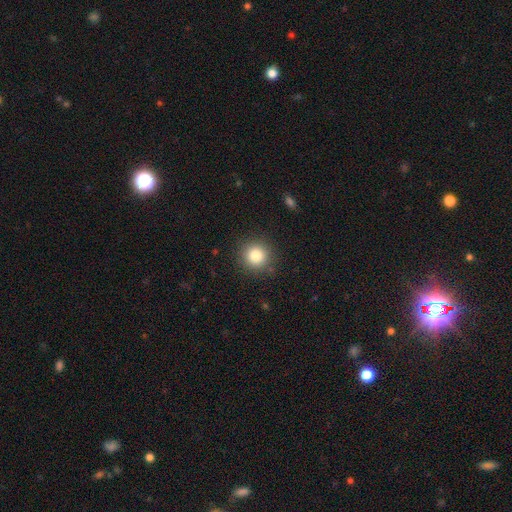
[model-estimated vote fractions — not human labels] Smooth or featured: smooth — 84% (star or artifact — 11%)
How rounded: round — 93% (in between — 6%)
Merging: none — 88% (minor disturbance — 8%)